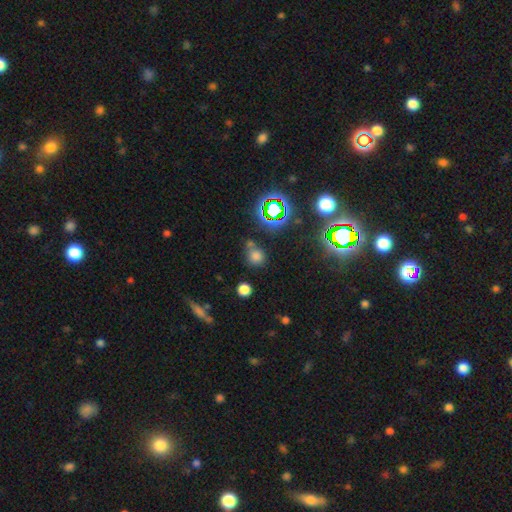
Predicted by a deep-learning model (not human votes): This appears to be a smooth galaxy with no disk features (66%) that is round (81%). Merging: none (65%).